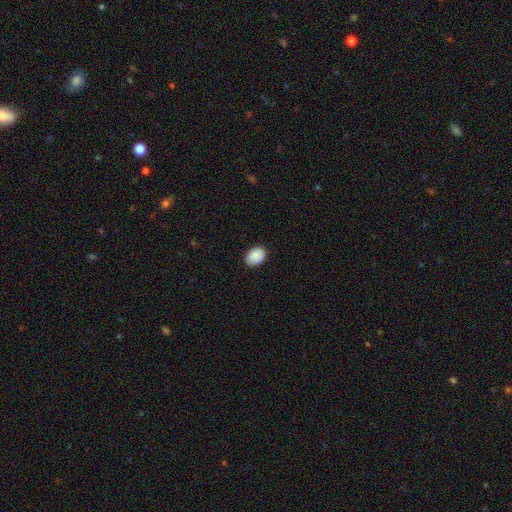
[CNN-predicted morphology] smooth 90%, star or artifact 7%, featured or disk 3%. Down the decision tree: how rounded — in between (79%); merging — none (87%).